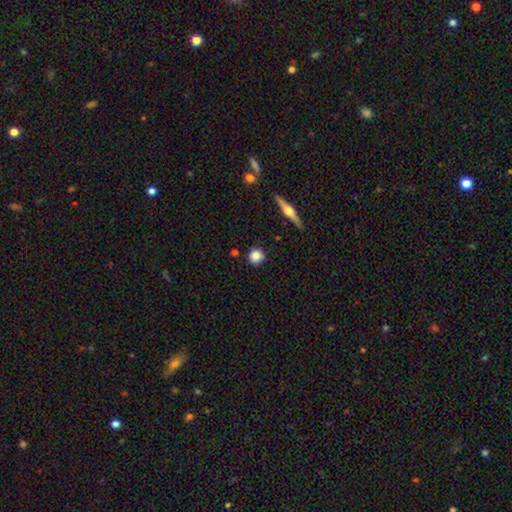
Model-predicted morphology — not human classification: This is clearly a smooth galaxy (83%). How rounded: clearly round (93%). Merging: clearly none (88%).